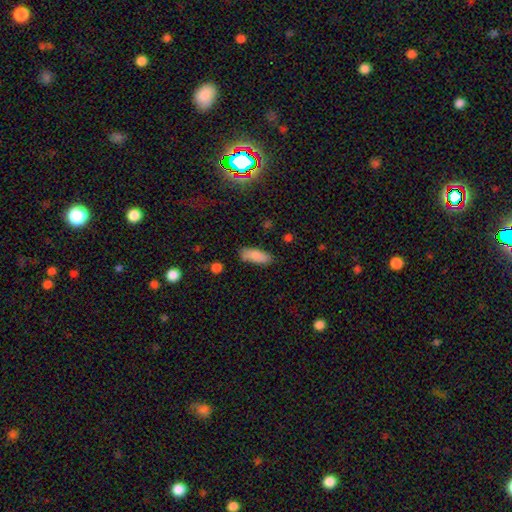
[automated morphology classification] Smooth or featured: smooth — 87% (star or artifact — 7%)
How rounded: in between — 75% (cigar-shaped — 23%)
Merging: none — 78% (minor disturbance — 16%)